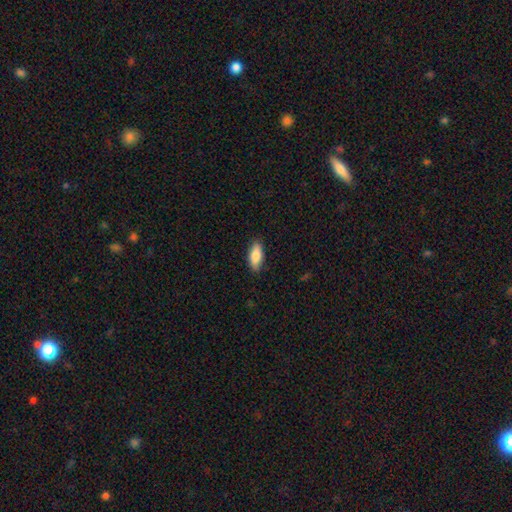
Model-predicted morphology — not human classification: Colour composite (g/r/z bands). It shows a smooth galaxy with no disk features (82%) that is in between round and cigar-shaped (78%). Merging: none (84%).